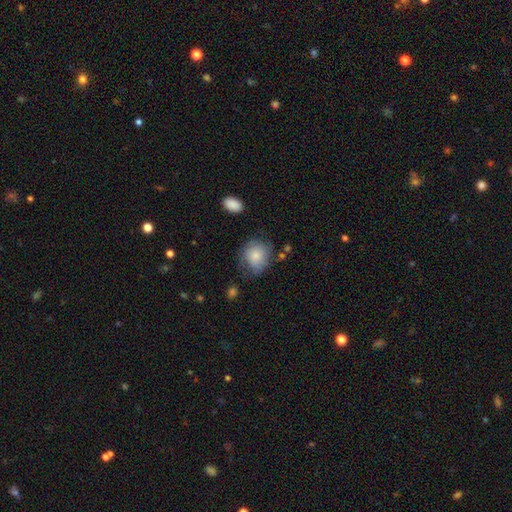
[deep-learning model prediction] Morphology: type=smooth (77%); roundness=round (70%); merging=none (56%).